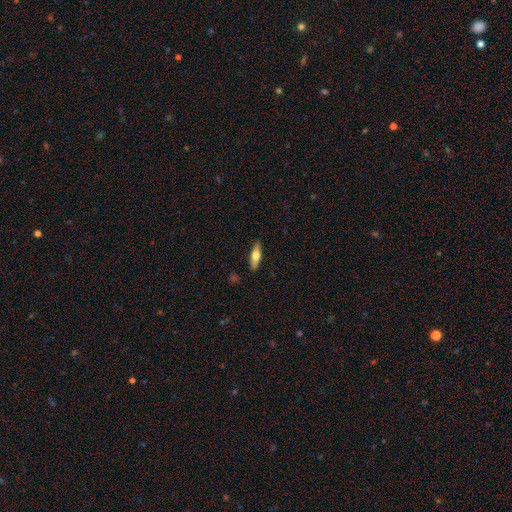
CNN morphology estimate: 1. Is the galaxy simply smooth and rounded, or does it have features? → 55% smooth, 39% featured or disk, 6% star or artifact.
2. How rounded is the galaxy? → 52% cigar-shaped, 45% in between, 3% round.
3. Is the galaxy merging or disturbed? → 88% none, 9% minor disturbance, 2% major disturbance, 1% merger.